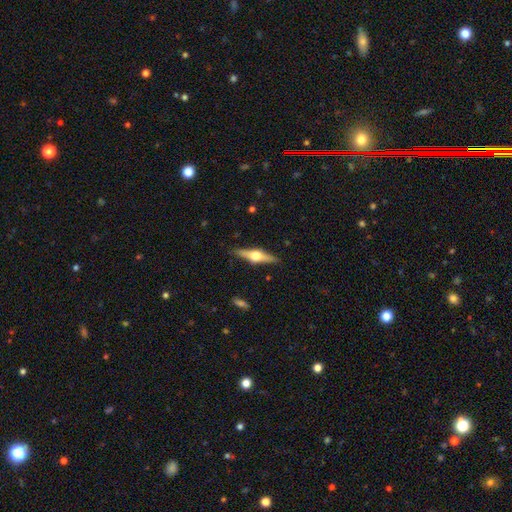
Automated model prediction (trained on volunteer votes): Smooth or featured? featured or disk (71%)
Edge-on disk? yes (97%)
Edge-on bulge? rounded (95%)
Merging? none (89%)